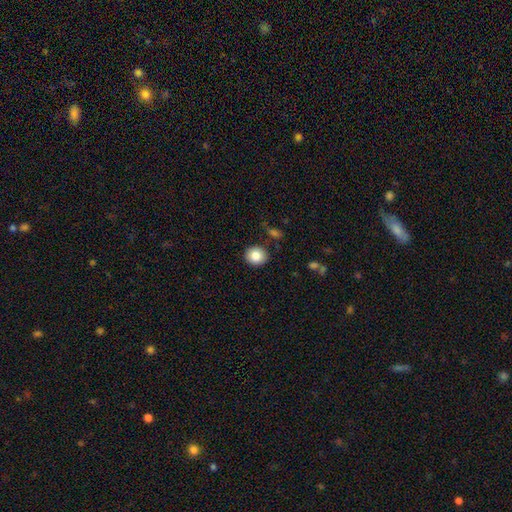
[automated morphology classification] This appears to be a smooth galaxy with no disk features (85%) that is round (80%). Merging: none (88%).